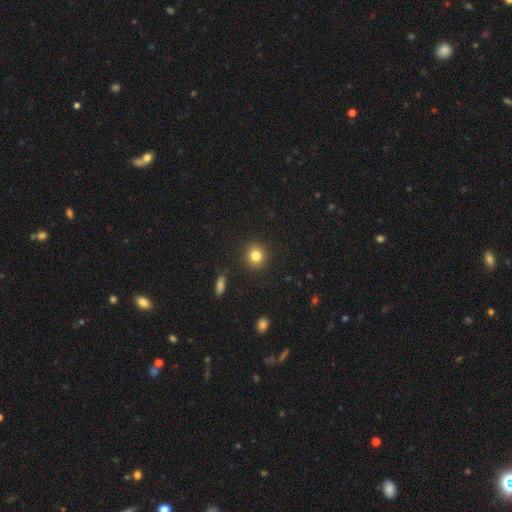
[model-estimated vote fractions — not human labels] Smooth or featured? Predicted: smooth (p=0.82). How rounded? Predicted: round (p=0.89). Merging? Predicted: none (p=0.91).